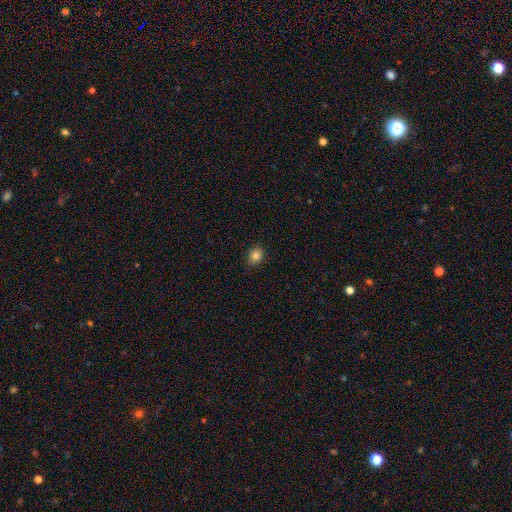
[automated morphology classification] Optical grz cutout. It shows a smooth galaxy with no disk features (83%) that is in between round and cigar-shaped (51%). Merging: none (86%).